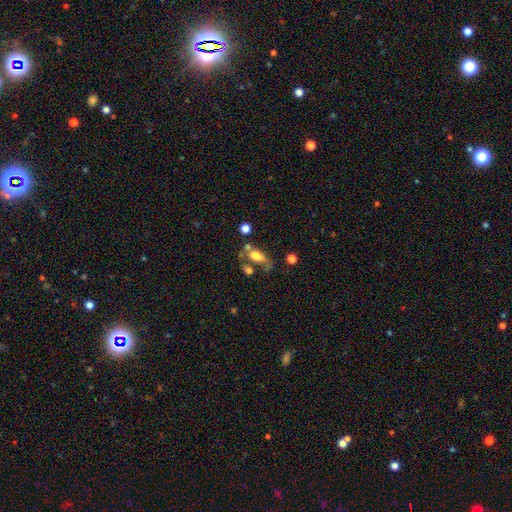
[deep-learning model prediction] This is possibly a smooth galaxy (59%). How rounded: likely in between (79%). Merging: marginally none (31%).